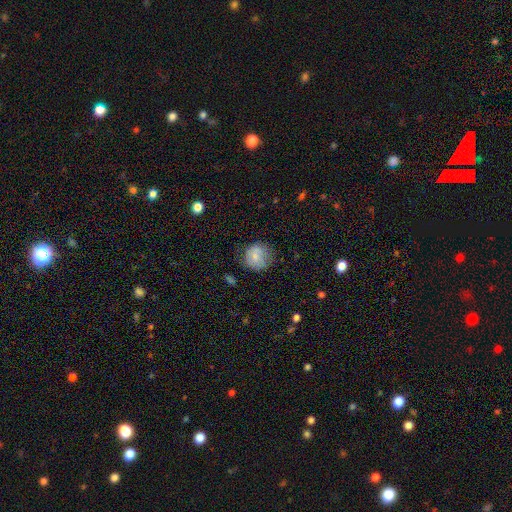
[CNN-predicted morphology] Overall: smooth (75%). How rounded: round (86%). Merging: none (63%; minor disturbance 25%).